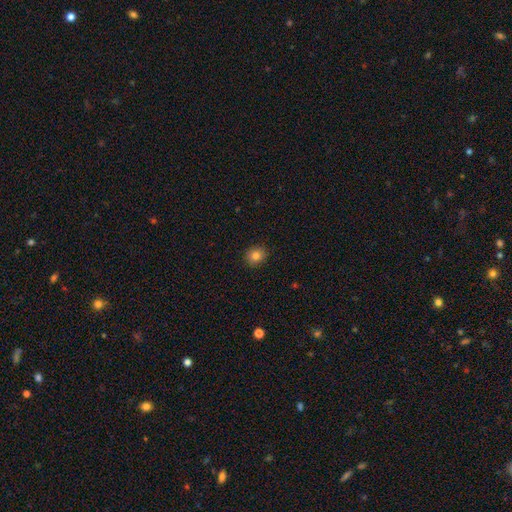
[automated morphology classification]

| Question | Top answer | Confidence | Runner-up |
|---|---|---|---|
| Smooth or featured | smooth | 82% | star or artifact (12%) |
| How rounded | round | 80% | in between (19%) |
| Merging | none | 90% | minor disturbance (8%) |